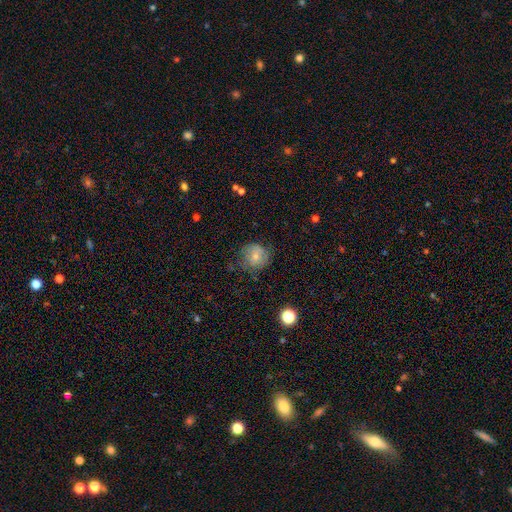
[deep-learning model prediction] smooth_or_featured: smooth (p=0.57) [alt: featured or disk p=0.34]
how_rounded: round (p=0.86) [alt: in between p=0.14]
merging: none (p=0.61) [alt: minor disturbance p=0.25]